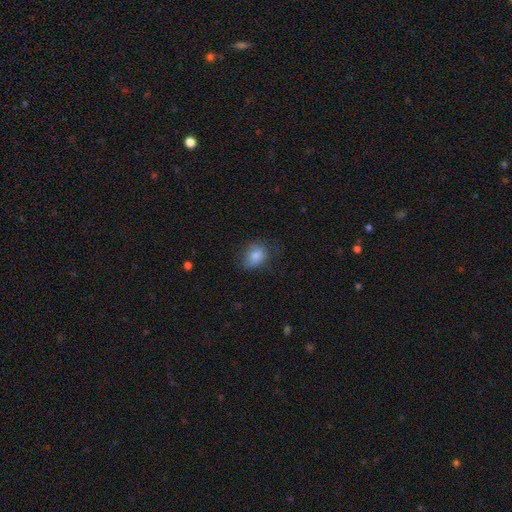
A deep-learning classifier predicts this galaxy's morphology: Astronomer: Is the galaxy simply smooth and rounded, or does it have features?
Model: smooth — 74%.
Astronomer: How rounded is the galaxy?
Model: in between — 57% (runner-up: round, 42%).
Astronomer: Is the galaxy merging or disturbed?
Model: none — 69%.